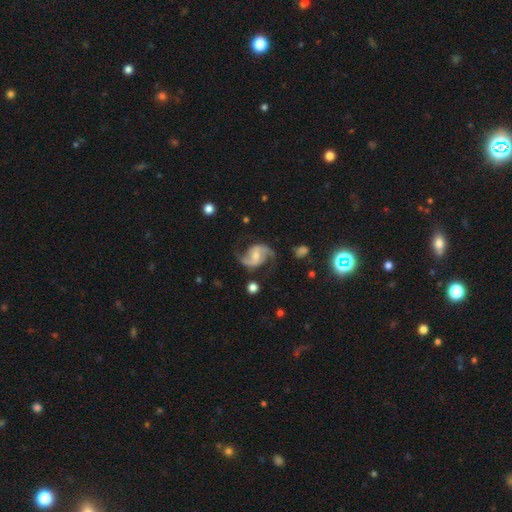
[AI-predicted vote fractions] Smooth or featured: featured or disk — 88% (smooth — 6%)
Edge-on disk: no — 98% (yes — 2%)
Bar: weak — 46% (no — 34%)
Spiral arms: yes — 97% (no — 3%)
Spiral winding: medium — 45% (loose — 44%)
Spiral arm count: 2 — 93% (can't tell — 2%)
Bulge size: moderate — 51% (small — 39%)
Merging: none — 74% (minor disturbance — 16%)